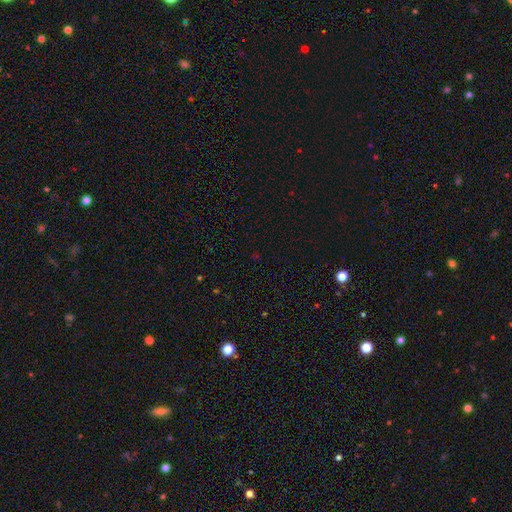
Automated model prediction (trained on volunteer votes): Overall: star or artifact (67%).